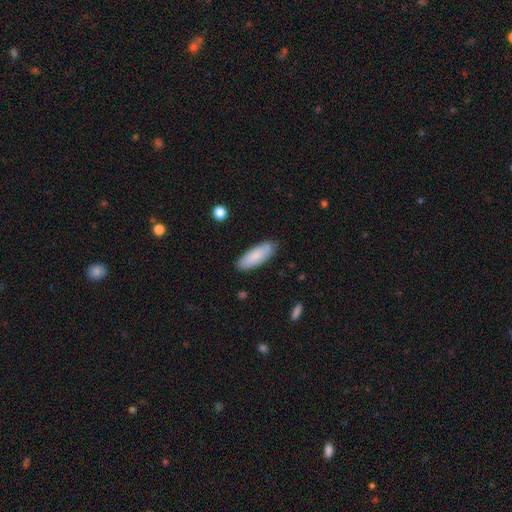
Smooth or featured? smooth (92%)
How rounded? in between (57%)
Merging? none (83%)